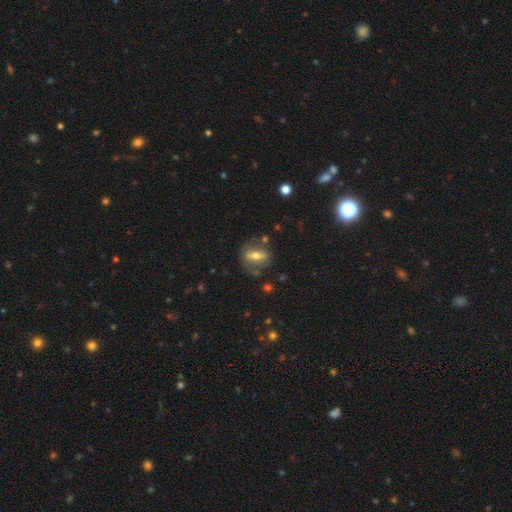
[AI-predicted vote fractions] Smooth or featured? Predicted: featured or disk (p=0.48). Merging? Predicted: none (p=0.69).